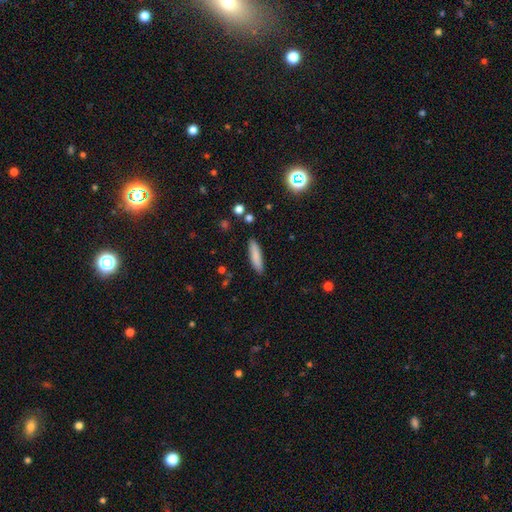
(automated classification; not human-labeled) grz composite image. It shows a smooth galaxy with no disk features (84%) that is cigar-shaped (73%). Merging: none (88%).